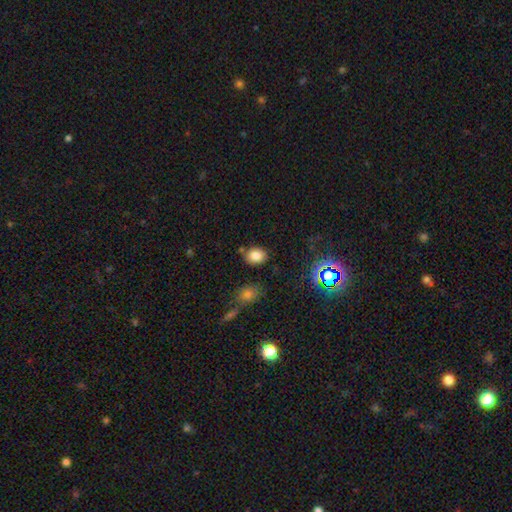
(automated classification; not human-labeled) This appears to be a smooth galaxy with no disk features (81%) that is in between round and cigar-shaped (55%). Merging: none (76%).